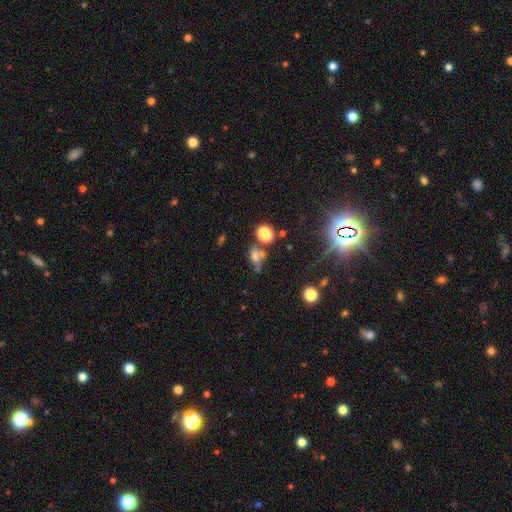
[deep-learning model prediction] Overall: smooth (50%; featured or disk 25%). How rounded: in between (60%; round 26%). Merging: none (44%; merger 29%).